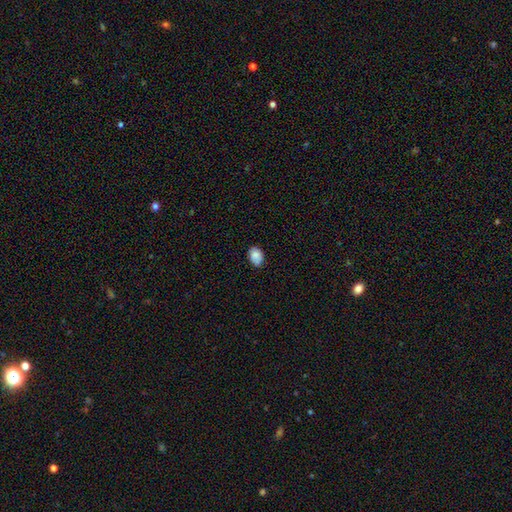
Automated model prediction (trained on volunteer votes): smooth-or-featured: smooth: 84% | star or artifact: 8% | featured or disk: 8%
  how-rounded: in between: 76% | round: 23% | cigar-shaped: 1%
  merging: none: 74% | minor disturbance: 21% | major disturbance: 3% | merger: 1%